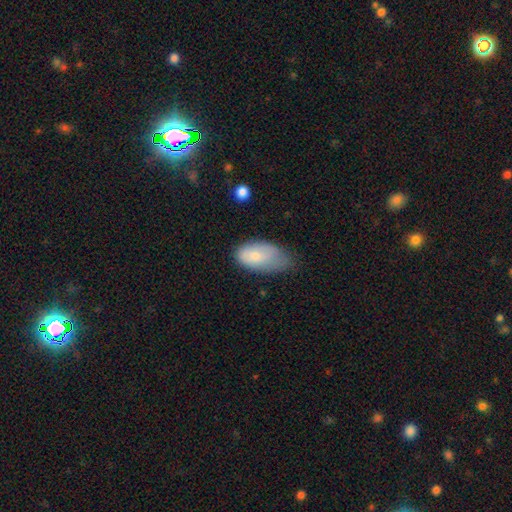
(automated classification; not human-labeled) Smooth or featured?
  - smooth: 78% *
  - featured or disk: 16%
  - star or artifact: 7%
How rounded?
  - in between: 94% *
  - round: 3%
  - cigar-shaped: 3%
Merging?
  - minor disturbance: 47% *
  - none: 32%
  - major disturbance: 19%
  - merger: 2%